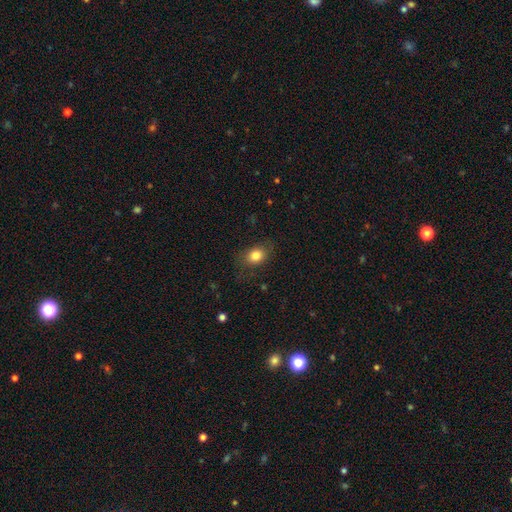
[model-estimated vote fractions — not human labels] smooth-or-featured: smooth: 82% | star or artifact: 9% | featured or disk: 8%
  how-rounded: in between: 59% | round: 39% | cigar-shaped: 1%
  merging: none: 77% | minor disturbance: 16% | major disturbance: 6% | merger: 1%